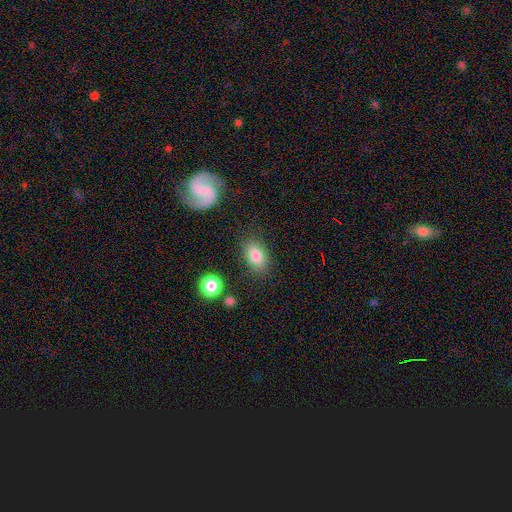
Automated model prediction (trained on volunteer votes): Smooth or featured? Predicted: smooth (p=0.82). How rounded? Predicted: in between (p=0.85). Merging? Predicted: none (p=0.80).